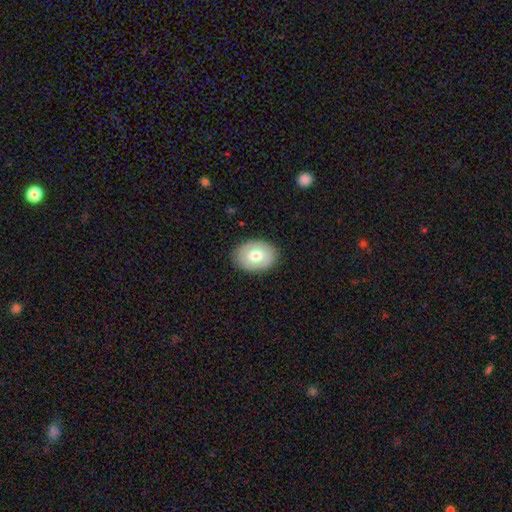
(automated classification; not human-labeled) A smooth galaxy with no disk features (59%) that is in between round and cigar-shaped (72%).

Vote fractions:
- Smooth or featured? smooth: 59% / featured or disk: 35% / star or artifact: 6%
- How rounded? in between: 72% / round: 27% / cigar-shaped: 1%
- Merging? none: 85% / minor disturbance: 11% / major disturbance: 3% / merger: 1%